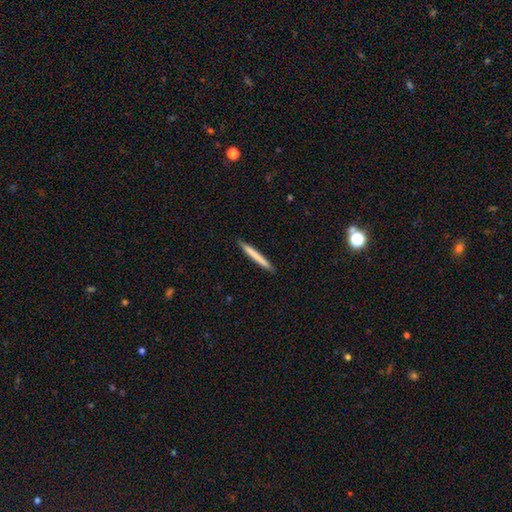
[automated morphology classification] smooth 72%, featured or disk 23%, star or artifact 5%. Down the decision tree: how rounded — cigar-shaped (97%); merging — none (92%).